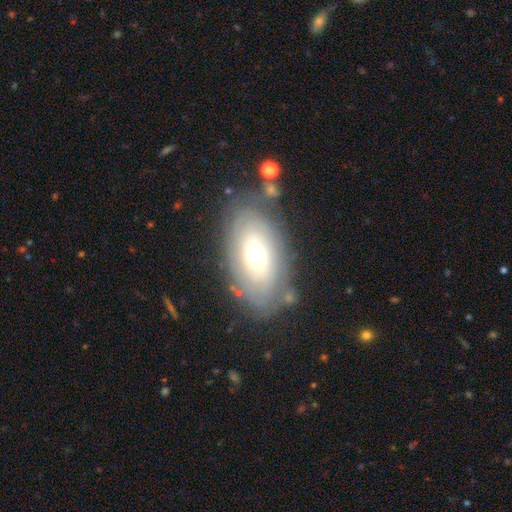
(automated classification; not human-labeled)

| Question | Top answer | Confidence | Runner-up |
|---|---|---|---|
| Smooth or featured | featured or disk | 59% | smooth (34%) |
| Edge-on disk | no | 91% | yes (9%) |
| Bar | no | 83% | weak (13%) |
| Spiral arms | yes | 54% | no (46%) |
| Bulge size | moderate | 69% | small (18%) |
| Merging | none | 74% | minor disturbance (16%) |